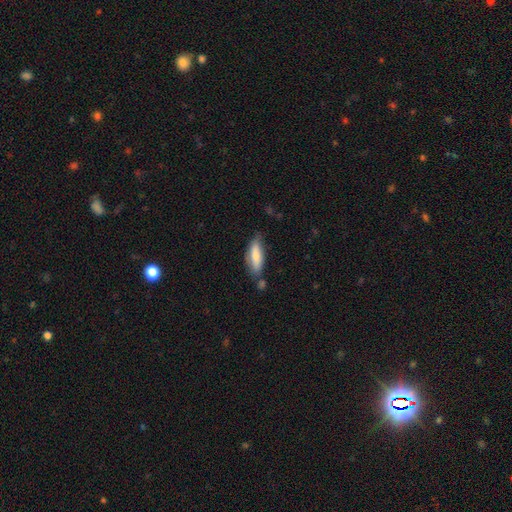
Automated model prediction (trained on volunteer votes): Smooth or featured: smooth — 77% (featured or disk — 17%)
How rounded: in between — 54% (cigar-shaped — 44%)
Merging: none — 56% (minor disturbance — 27%)